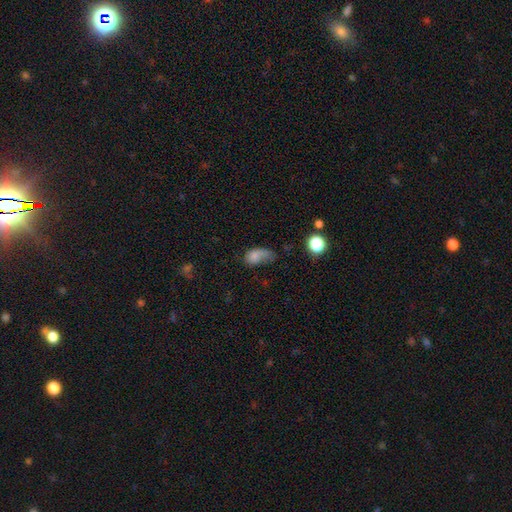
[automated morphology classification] Smooth or featured? Predicted: smooth (p=0.73). How rounded? Predicted: in between (p=0.83). Merging? Predicted: major disturbance (p=0.41).